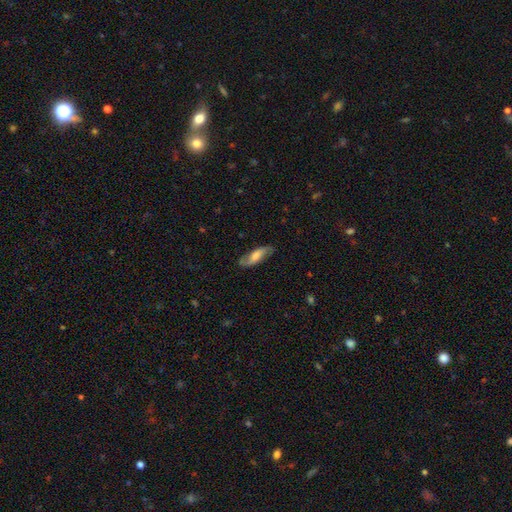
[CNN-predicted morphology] smooth_or_featured: featured or disk (p=0.50) [alt: smooth p=0.43]
disk_edge_on: no (p=0.83) [alt: yes p=0.17]
merging: none (p=0.78) [alt: minor disturbance p=0.16]